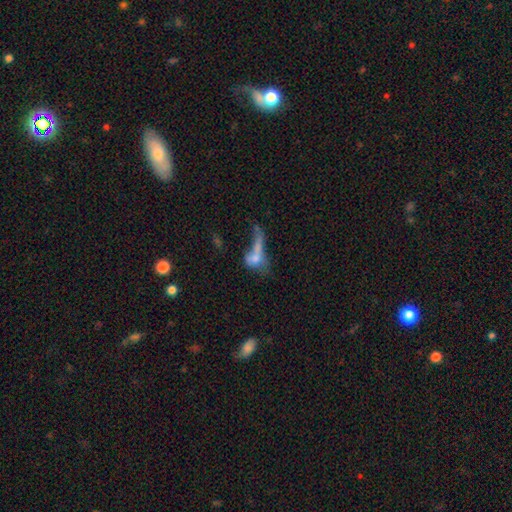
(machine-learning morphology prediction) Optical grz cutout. It shows a smooth galaxy with no disk features (57%) that is in between round and cigar-shaped (57%). Merging: merger (39%).